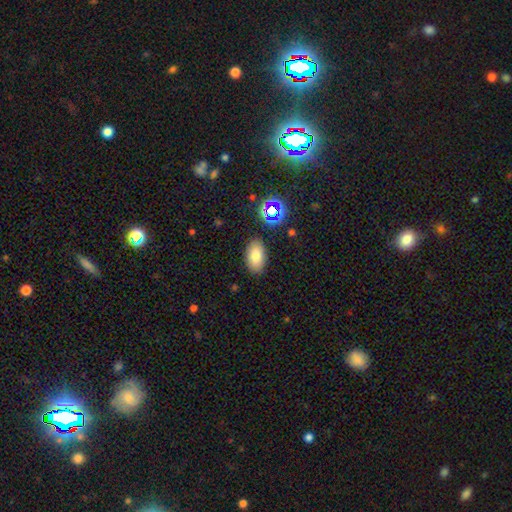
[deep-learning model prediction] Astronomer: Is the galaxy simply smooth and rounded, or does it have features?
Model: smooth — 79%.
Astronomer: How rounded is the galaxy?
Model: in between — 92%.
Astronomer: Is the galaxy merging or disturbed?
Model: none — 86%.